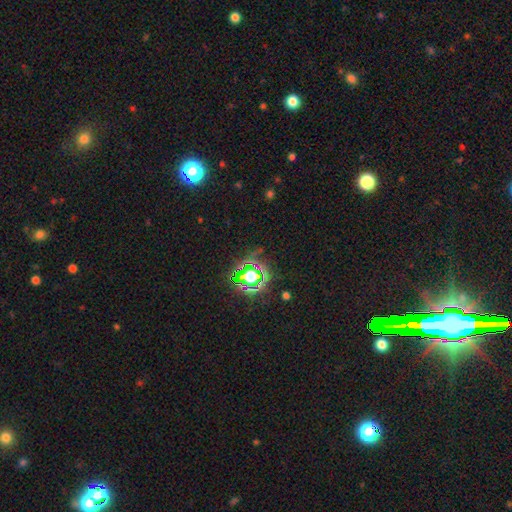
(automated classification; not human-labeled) Morphology: type=star or artifact (78%).